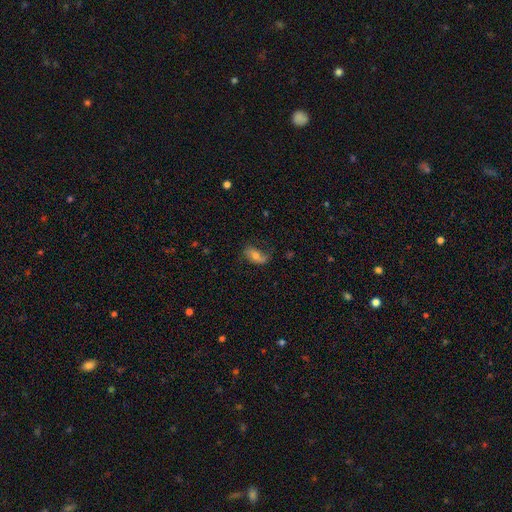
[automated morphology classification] Overall: smooth (49%; featured or disk 41%). Merging: none (60%; minor disturbance 26%).